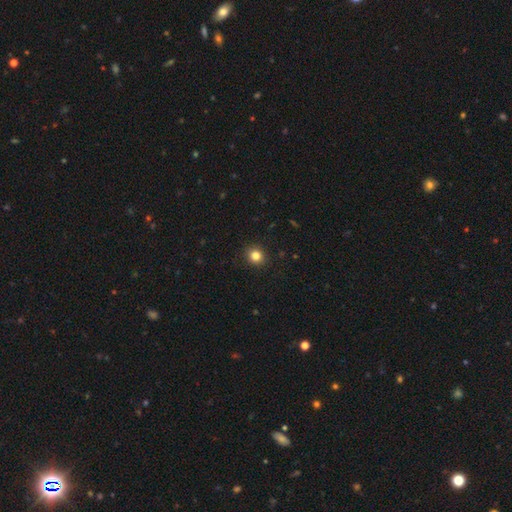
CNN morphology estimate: smooth-or-featured: smooth: 83% | star or artifact: 12% | featured or disk: 5%
  how-rounded: round: 87% | in between: 12% | cigar-shaped: 1%
  merging: none: 92% | minor disturbance: 6% | major disturbance: 2% | merger: 1%